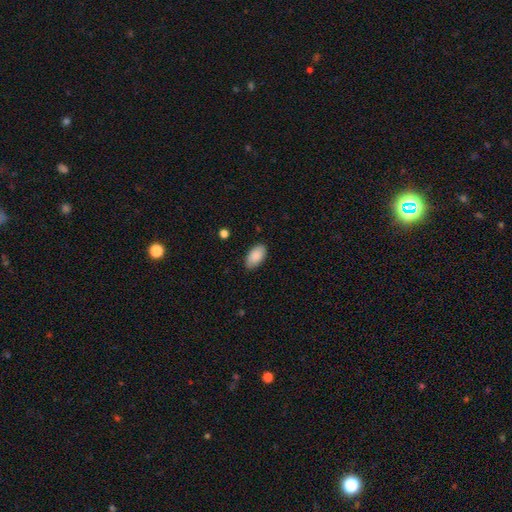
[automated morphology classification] A smooth galaxy with no disk features (88%) that is in between round and cigar-shaped (95%).

Vote fractions:
- Smooth or featured? smooth: 88% / star or artifact: 6% / featured or disk: 5%
- How rounded? in between: 95% / round: 3% / cigar-shaped: 2%
- Merging? none: 85% / minor disturbance: 11% / major disturbance: 2% / merger: 1%